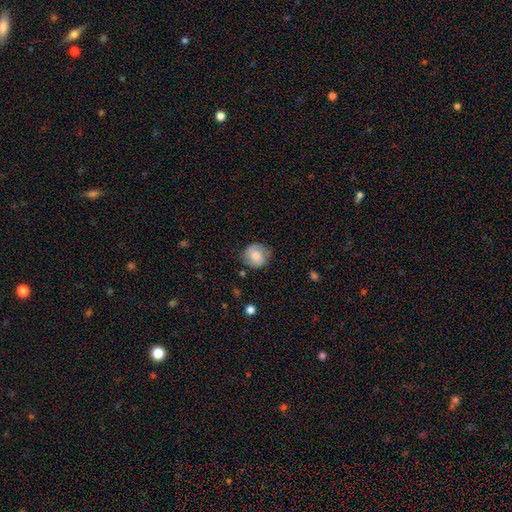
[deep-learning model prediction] This is possibly a smooth galaxy (54%). How rounded: clearly round (81%). Merging: likely none (75%).